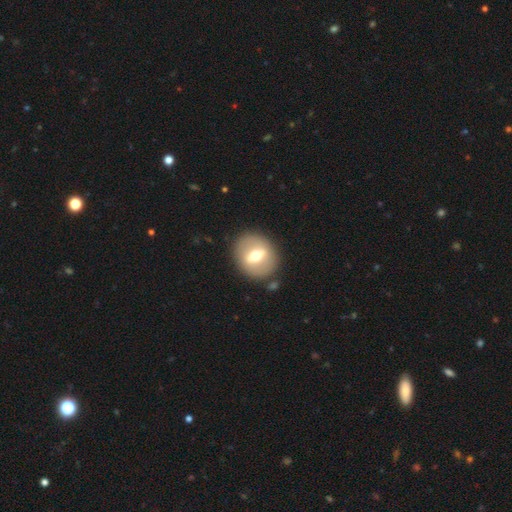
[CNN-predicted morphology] type=featured or disk (52%); edge-on=no (78%); merging=none (86%).